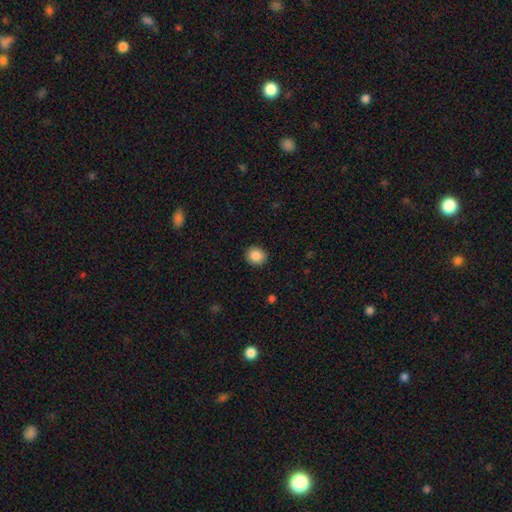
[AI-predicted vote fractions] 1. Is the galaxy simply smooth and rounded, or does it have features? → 87% smooth, 9% star or artifact, 4% featured or disk.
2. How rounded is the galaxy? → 84% round, 15% in between, 1% cigar-shaped.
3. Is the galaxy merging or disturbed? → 92% none, 6% minor disturbance, 2% major disturbance, 1% merger.